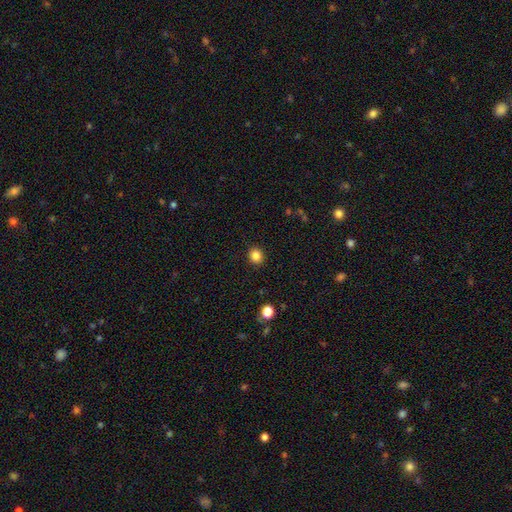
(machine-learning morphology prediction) Smooth or featured?
  - smooth: 84% *
  - star or artifact: 11%
  - featured or disk: 4%
How rounded?
  - round: 82% *
  - in between: 17%
  - cigar-shaped: 1%
Merging?
  - none: 91% *
  - minor disturbance: 6%
  - major disturbance: 2%
  - merger: 1%